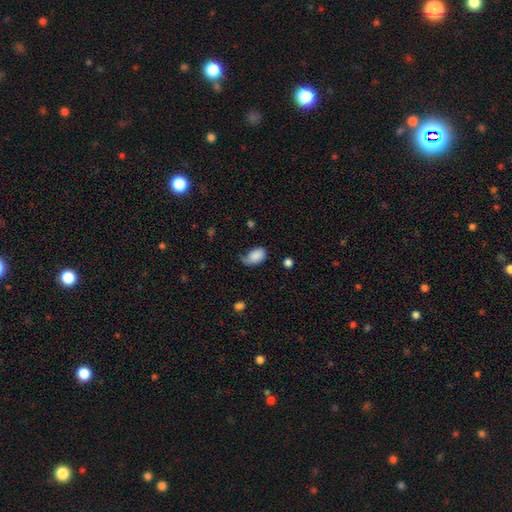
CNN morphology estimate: type=smooth (84%); roundness=in between (90%); merging=none (40%).